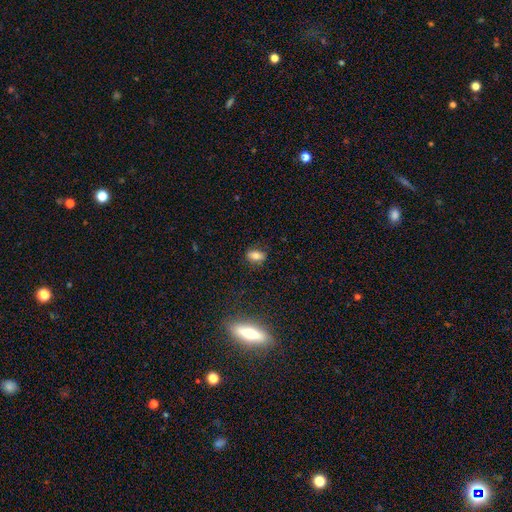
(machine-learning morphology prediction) Smooth or featured: smooth — 73% (featured or disk — 15%)
How rounded: in between — 81% (round — 15%)
Merging: none — 83% (minor disturbance — 12%)